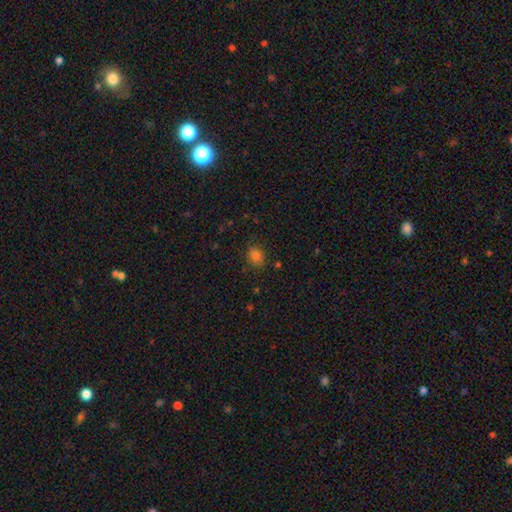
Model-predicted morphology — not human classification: Smooth or featured?
  - smooth: 79% *
  - star or artifact: 16%
  - featured or disk: 5%
How rounded?
  - in between: 55% *
  - round: 44%
  - cigar-shaped: 1%
Merging?
  - none: 82% *
  - minor disturbance: 13%
  - major disturbance: 3%
  - merger: 2%